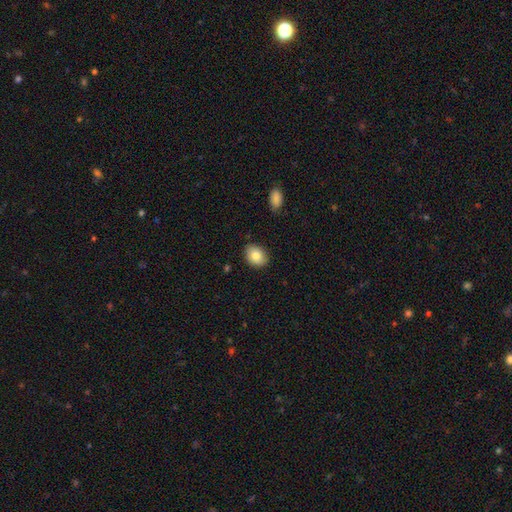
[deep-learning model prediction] Smooth or featured? smooth (83%)
How rounded? in between (64%)
Merging? none (86%)